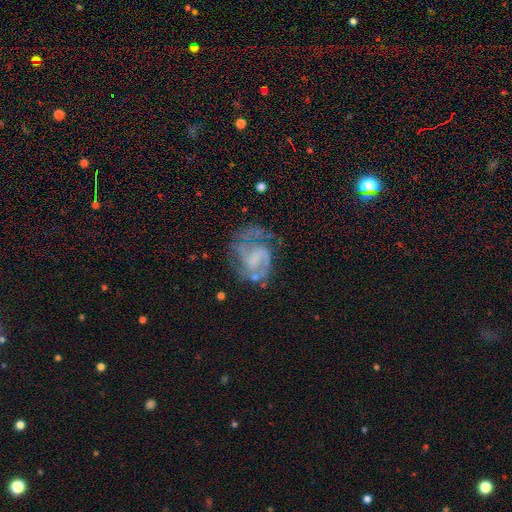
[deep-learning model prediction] Morphology: type=featured or disk (79%); edge-on=no (98%); bar=weak (48%); spiral arms=yes (90%); winding=medium (48%); arm count=2 (64%); bulge=none (54%); merging=none (52%).